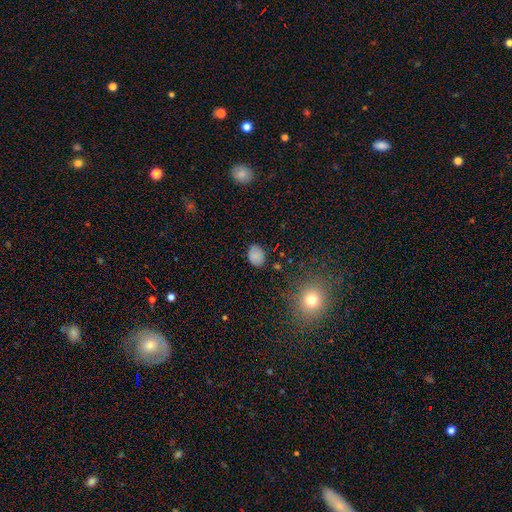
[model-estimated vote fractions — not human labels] Smooth or featured? smooth (83%)
How rounded? in between (64%)
Merging? none (82%)